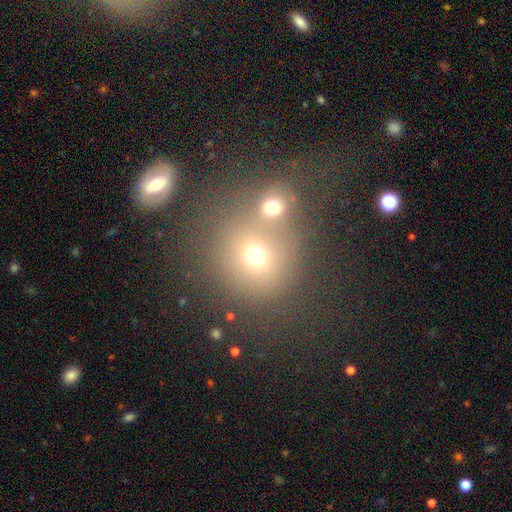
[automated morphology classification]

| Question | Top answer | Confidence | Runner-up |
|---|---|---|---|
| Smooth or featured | smooth | 68% | star or artifact (19%) |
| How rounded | round | 83% | in between (16%) |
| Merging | none | 45% | merger (42%) |